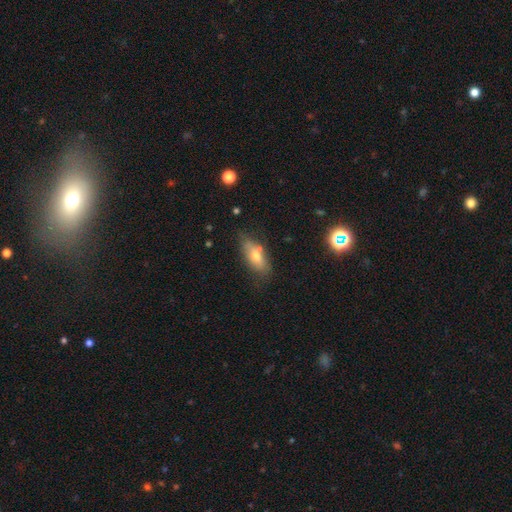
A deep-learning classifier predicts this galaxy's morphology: type=smooth (64%); roundness=in between (74%); merging=none (67%).